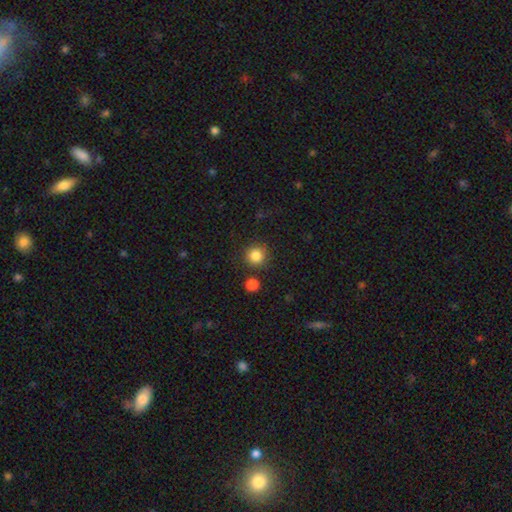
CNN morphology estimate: Overall: smooth (84%). How rounded: round (93%). Merging: none (84%).